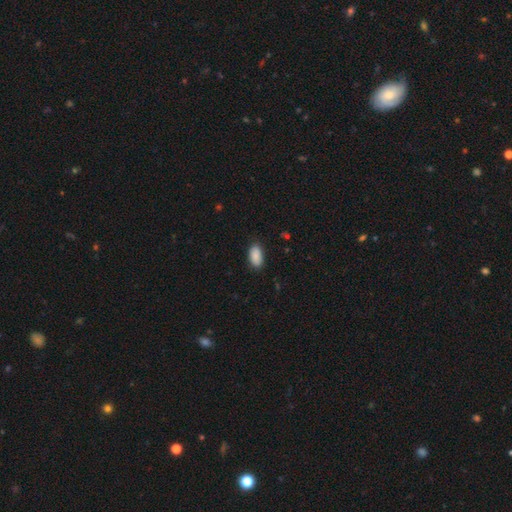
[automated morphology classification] This is clearly a smooth galaxy (90%). How rounded: clearly in between (94%). Merging: clearly none (84%).